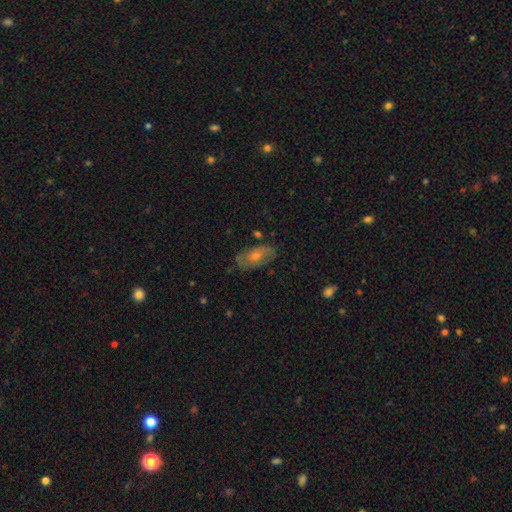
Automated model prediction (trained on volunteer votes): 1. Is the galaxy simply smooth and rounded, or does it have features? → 49% featured or disk, 37% smooth, 13% star or artifact.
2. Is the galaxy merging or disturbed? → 79% none, 15% minor disturbance, 4% major disturbance, 2% merger.